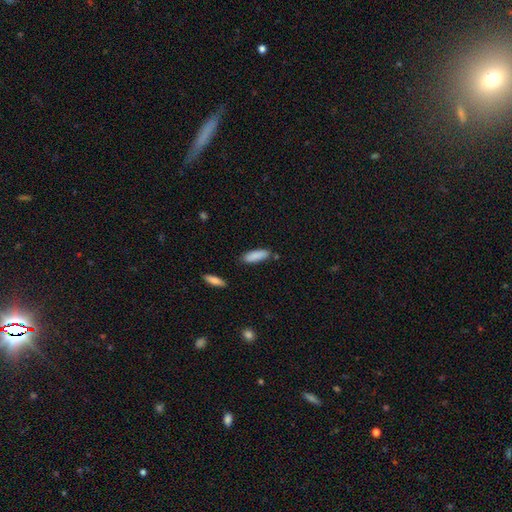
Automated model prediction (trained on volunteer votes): smooth_or_featured: smooth (p=0.88) [alt: star or artifact p=0.06]
how_rounded: in between (p=0.51) [alt: cigar-shaped p=0.48]
merging: none (p=0.82) [alt: minor disturbance p=0.12]